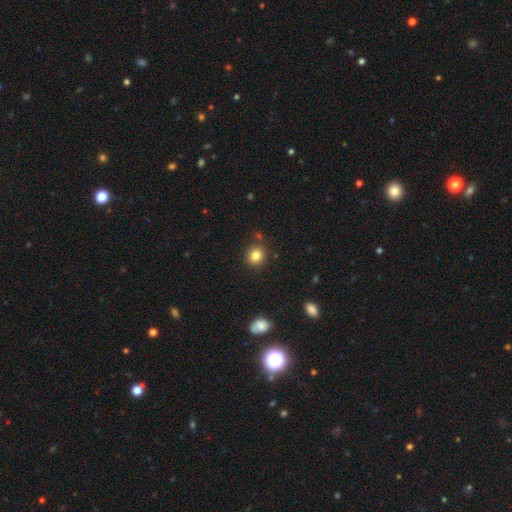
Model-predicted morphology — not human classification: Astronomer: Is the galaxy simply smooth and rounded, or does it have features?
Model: smooth — 83%.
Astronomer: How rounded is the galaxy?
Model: round — 85%.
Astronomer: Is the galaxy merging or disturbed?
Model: none — 85%.